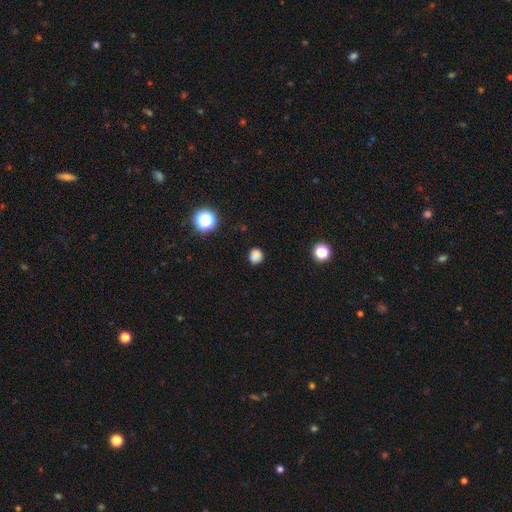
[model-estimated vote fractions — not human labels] A smooth galaxy with no disk features (81%) that is round (83%).

Vote fractions:
- Smooth or featured? smooth: 81% / star or artifact: 15% / featured or disk: 4%
- How rounded? round: 83% / in between: 16% / cigar-shaped: 1%
- Merging? none: 86% / minor disturbance: 10% / major disturbance: 3% / merger: 2%